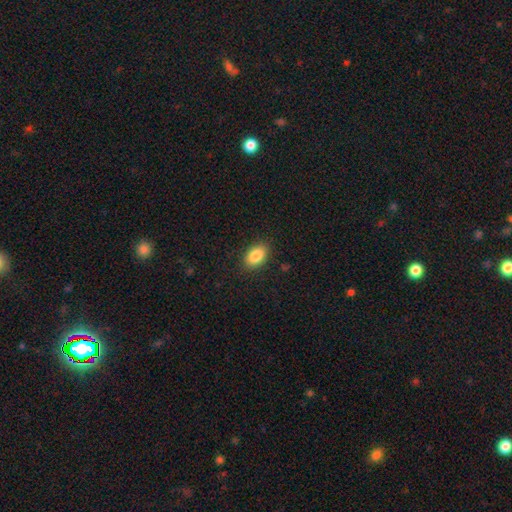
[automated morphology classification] Overall: smooth (86%). How rounded: in between (90%). Merging: none (88%).